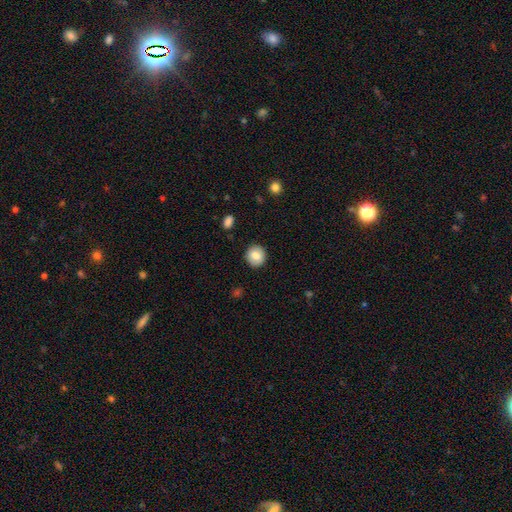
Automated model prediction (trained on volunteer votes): Morphology: type=smooth (82%); roundness=round (86%); merging=none (90%).